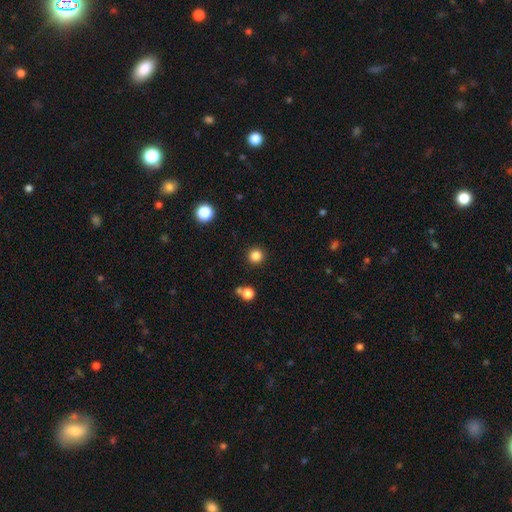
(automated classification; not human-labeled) Smooth or featured? Predicted: smooth (p=0.84). How rounded? Predicted: round (p=0.95). Merging? Predicted: none (p=0.90).